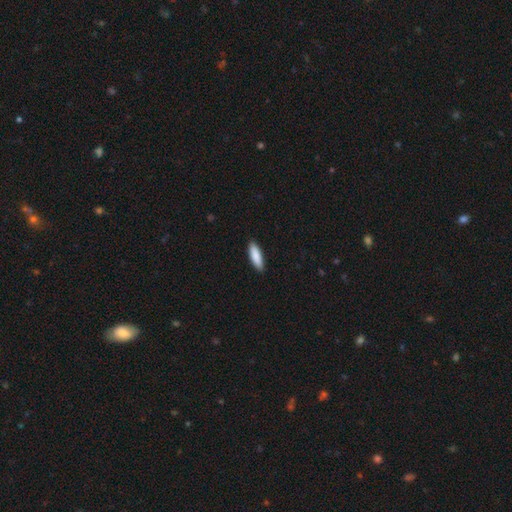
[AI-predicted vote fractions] Morphology: type=smooth (89%); roundness=in between (50%); merging=none (89%).